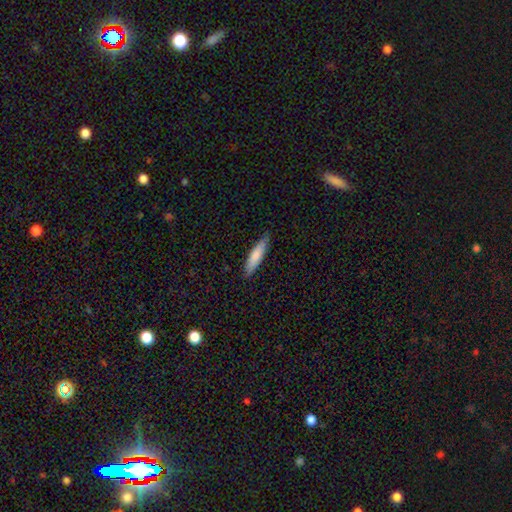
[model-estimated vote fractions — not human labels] Q: Smooth or featured?
A: smooth (78%); runner-up: featured or disk (16%)
Q: How rounded?
A: cigar-shaped (78%); runner-up: in between (21%)
Q: Merging?
A: none (84%); runner-up: minor disturbance (13%)